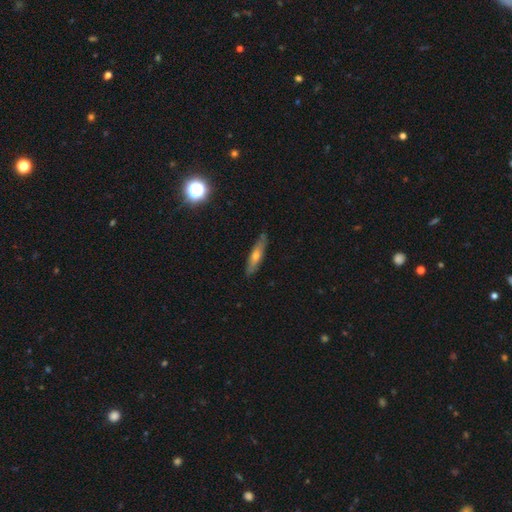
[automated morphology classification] Smooth or featured? Predicted: smooth (p=0.50). How rounded? Predicted: cigar-shaped (p=0.77). Merging? Predicted: none (p=0.83).